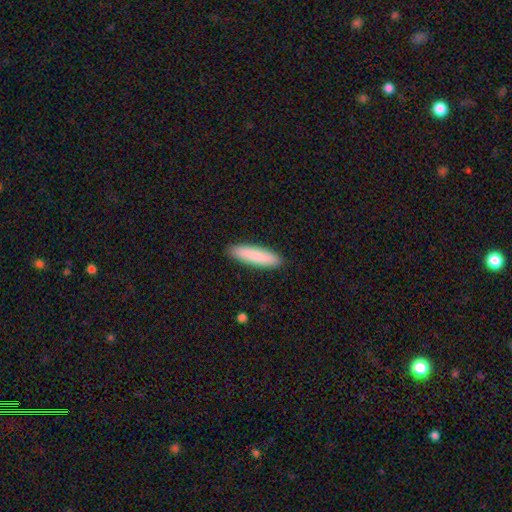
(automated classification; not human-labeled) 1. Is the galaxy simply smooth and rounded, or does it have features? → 85% smooth, 9% featured or disk, 5% star or artifact.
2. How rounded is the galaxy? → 79% cigar-shaped, 20% in between, 1% round.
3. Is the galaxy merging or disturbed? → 91% none, 6% minor disturbance, 1% major disturbance, 1% merger.